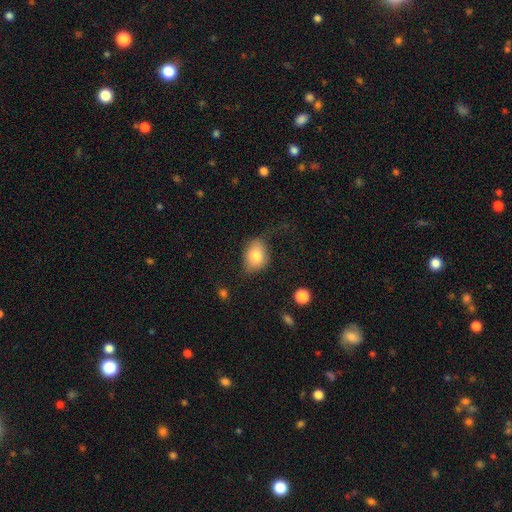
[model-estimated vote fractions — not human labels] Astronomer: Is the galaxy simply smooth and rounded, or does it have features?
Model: smooth — 78%.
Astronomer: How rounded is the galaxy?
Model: in between — 67%.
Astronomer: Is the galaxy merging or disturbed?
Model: none — 56%.